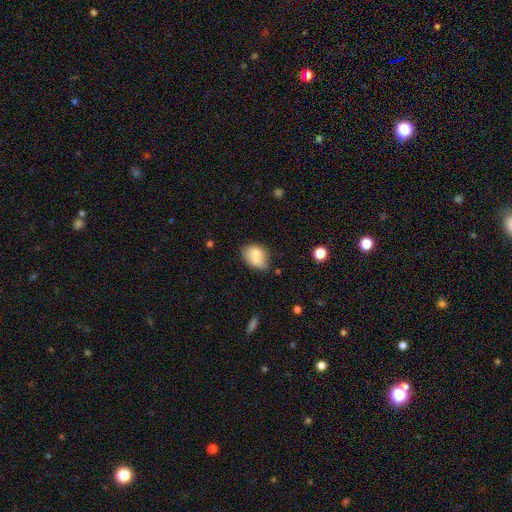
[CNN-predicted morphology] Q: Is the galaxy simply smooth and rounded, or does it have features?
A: smooth — 74%.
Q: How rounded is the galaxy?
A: in between — 76%.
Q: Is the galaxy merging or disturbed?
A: none — 44%.